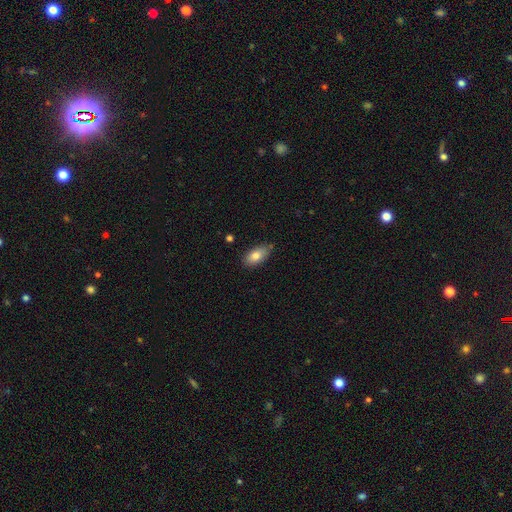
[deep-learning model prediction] Smooth or featured: smooth — 81% (featured or disk — 12%)
How rounded: in between — 91% (round — 4%)
Merging: none — 79% (minor disturbance — 16%)